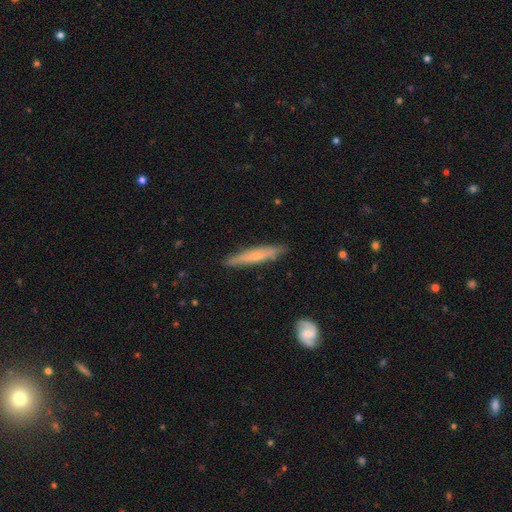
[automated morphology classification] This appears to be a featured or disk galaxy (48%). Merging: none (87%).